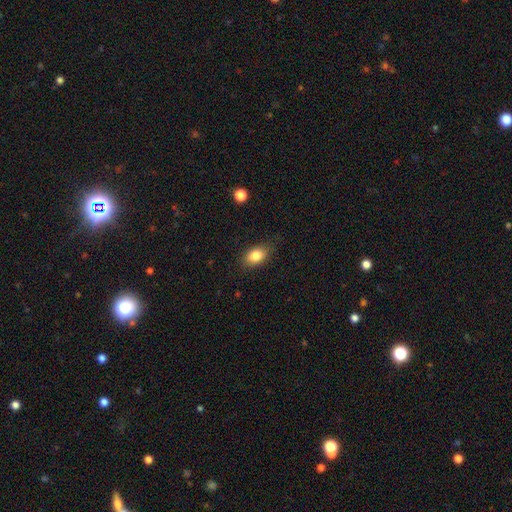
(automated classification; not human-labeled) smooth_or_featured: smooth (p=0.84) [alt: star or artifact p=0.08]
how_rounded: in between (p=0.83) [alt: round p=0.14]
merging: none (p=0.81) [alt: minor disturbance p=0.15]